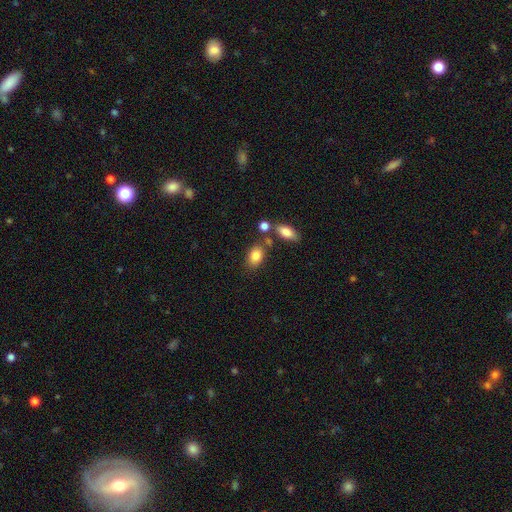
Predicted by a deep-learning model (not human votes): The model was most divided on "merging": none: 68%, merger: 14%, minor disturbance: 13%, major disturbance: 4%. More confident: smooth or featured — smooth (83%); how rounded — in between (82%).